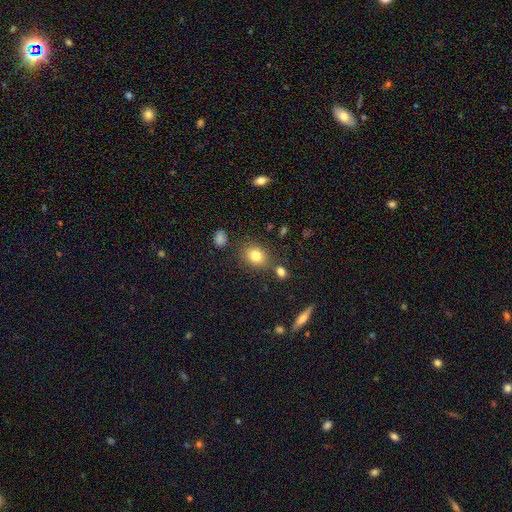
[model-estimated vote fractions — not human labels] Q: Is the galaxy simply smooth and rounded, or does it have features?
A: smooth — 80%.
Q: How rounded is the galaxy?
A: round — 54%.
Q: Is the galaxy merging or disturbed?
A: none — 77%.